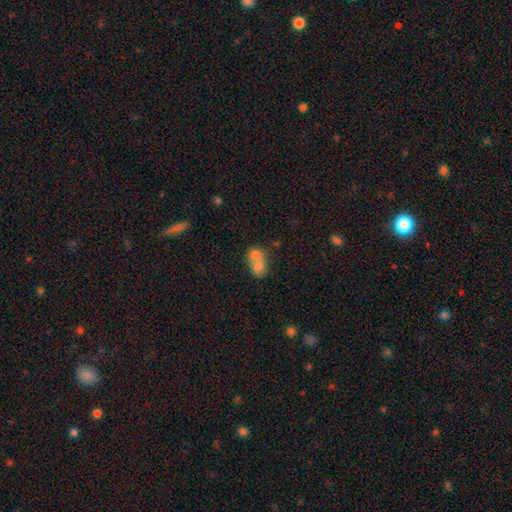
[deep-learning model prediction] This appears to be a smooth galaxy with no disk features (71%) that is in between round and cigar-shaped (55%). Merging: merger (74%).